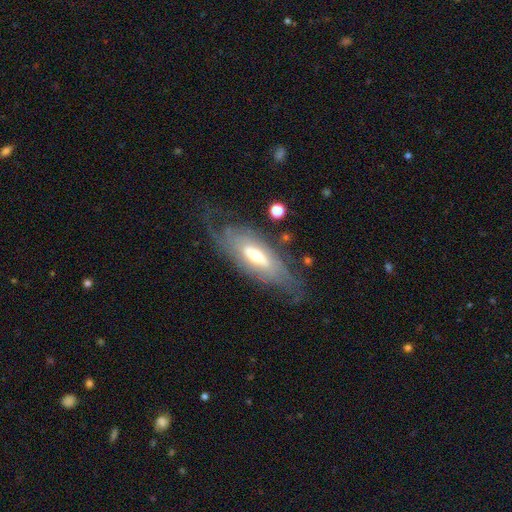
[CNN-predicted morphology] This appears to be a featured or disk galaxy (72%) with no bar (49%), spiral arms (80%) and a moderate central bulge (61%). Merging: none (63%).